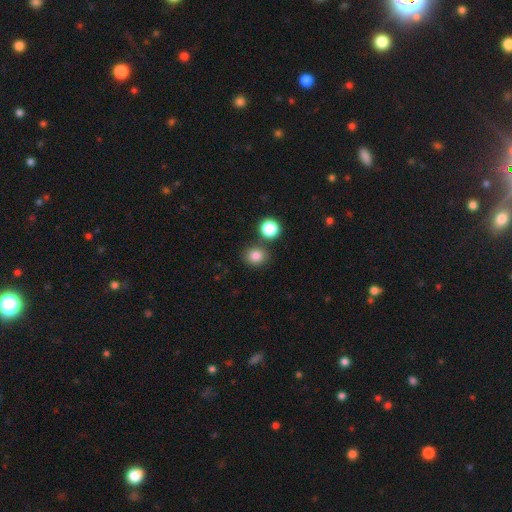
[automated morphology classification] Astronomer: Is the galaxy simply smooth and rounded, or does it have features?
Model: smooth — 82%.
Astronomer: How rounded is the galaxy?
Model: round — 79%.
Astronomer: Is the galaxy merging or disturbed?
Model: none — 78%.